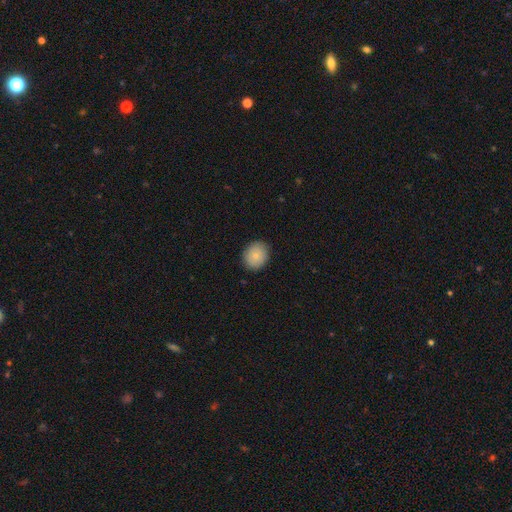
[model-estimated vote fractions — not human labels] Q: Smooth or featured?
A: smooth (84%); runner-up: featured or disk (8%)
Q: How rounded?
A: round (65%); runner-up: in between (34%)
Q: Merging?
A: none (88%); runner-up: minor disturbance (9%)